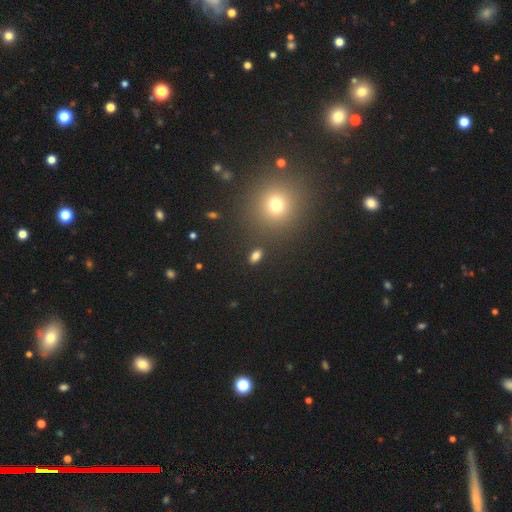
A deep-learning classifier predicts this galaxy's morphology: Smooth or featured: smooth — 79% (star or artifact — 15%)
How rounded: in between — 82% (round — 14%)
Merging: none — 86% (minor disturbance — 8%)